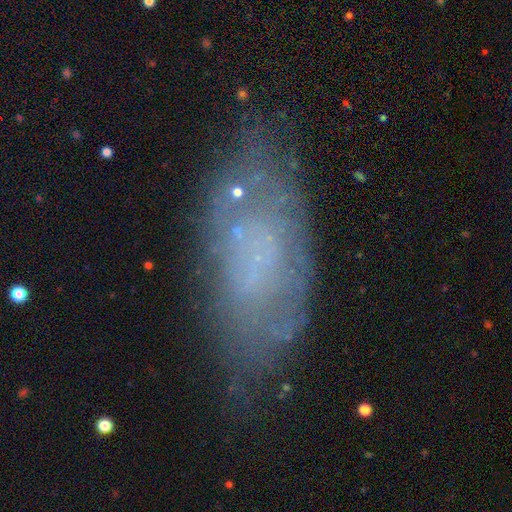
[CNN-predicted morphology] featured or disk 47%, smooth 40%, star or artifact 13%. Down the decision tree: merging — none (69%).